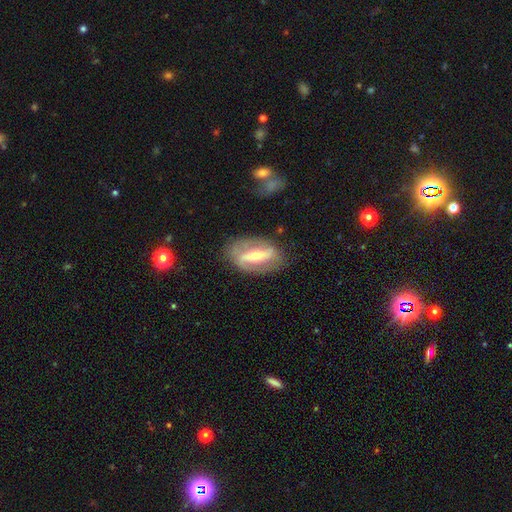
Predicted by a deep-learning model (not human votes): Smooth or featured: featured or disk — 77% (smooth — 17%)
Edge-on disk: no — 87% (yes — 13%)
Bar: strong — 67% (weak — 21%)
Spiral arms: yes — 74% (no — 26%)
Bulge size: moderate — 53% (small — 41%)
Merging: none — 78% (minor disturbance — 15%)